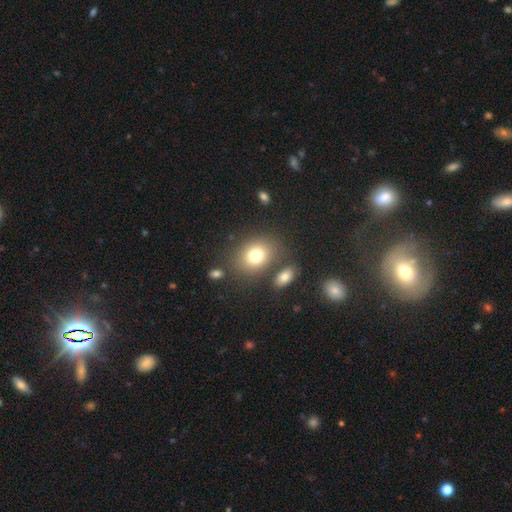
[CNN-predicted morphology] Smooth or featured? smooth (77%)
How rounded? in between (53%)
Merging? none (72%)